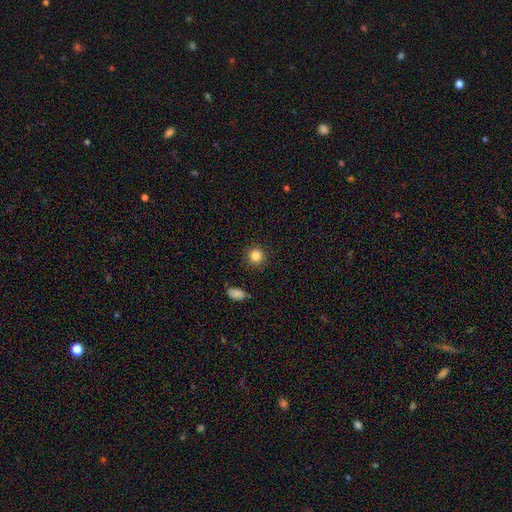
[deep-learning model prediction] smooth_or_featured: smooth (p=0.84) [alt: star or artifact p=0.11]
how_rounded: round (p=0.92) [alt: in between p=0.07]
merging: none (p=0.89) [alt: minor disturbance p=0.07]